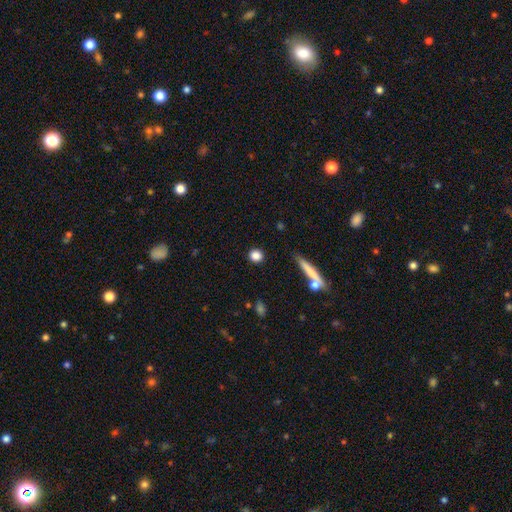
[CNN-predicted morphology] A smooth galaxy with no disk features (85%) that is round (83%).

Vote fractions:
- Smooth or featured? smooth: 85% / star or artifact: 9% / featured or disk: 6%
- How rounded? round: 83% / in between: 12% / cigar-shaped: 5%
- Merging? none: 88% / minor disturbance: 7% / merger: 3% / major disturbance: 3%